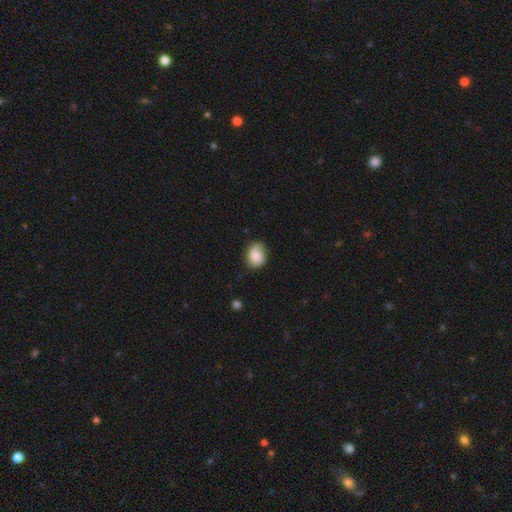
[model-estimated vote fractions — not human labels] smooth_or_featured: smooth (p=0.73) [alt: featured or disk p=0.19]
how_rounded: round (p=0.50) [alt: in between p=0.49]
merging: none (p=0.62) [alt: minor disturbance p=0.29]